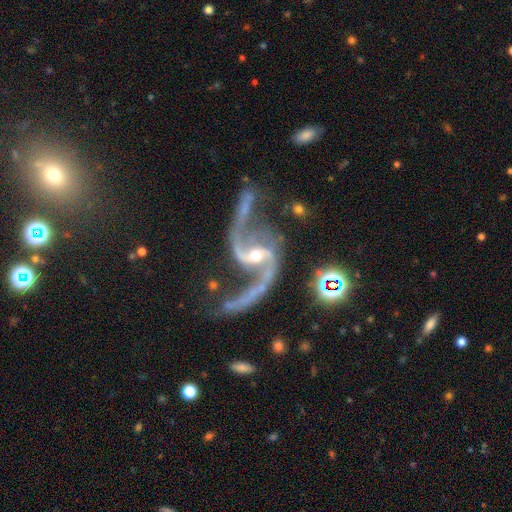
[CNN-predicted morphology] type=featured or disk (92%); edge-on=no (97%); bar=weak (39%); spiral arms=yes (98%); winding=loose (81%); arm count=2 (94%); bulge=moderate (49%); merging=none (54%).